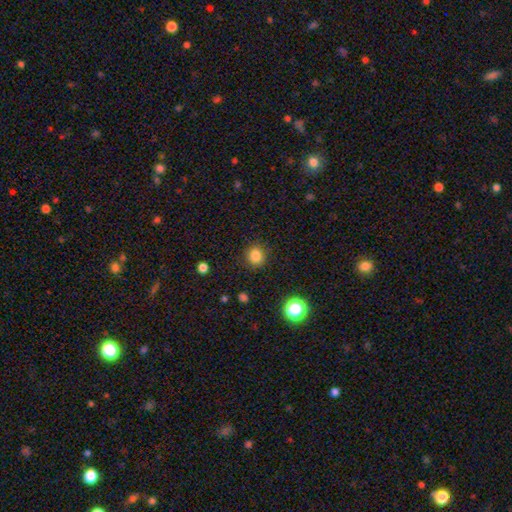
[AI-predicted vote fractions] This appears to be a smooth galaxy with no disk features (83%) that is round (84%). Merging: none (88%).